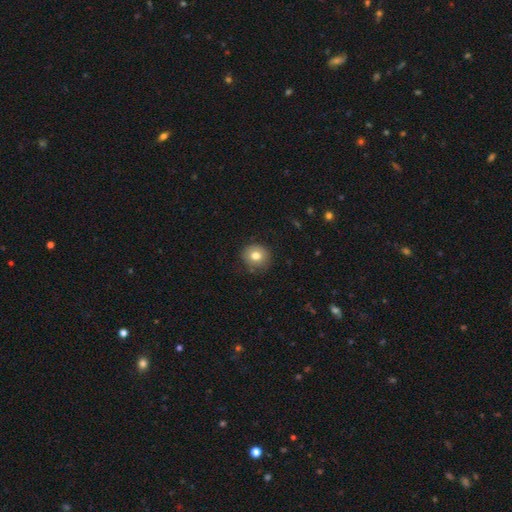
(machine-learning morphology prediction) Overall: smooth (78%). How rounded: round (88%). Merging: none (84%).